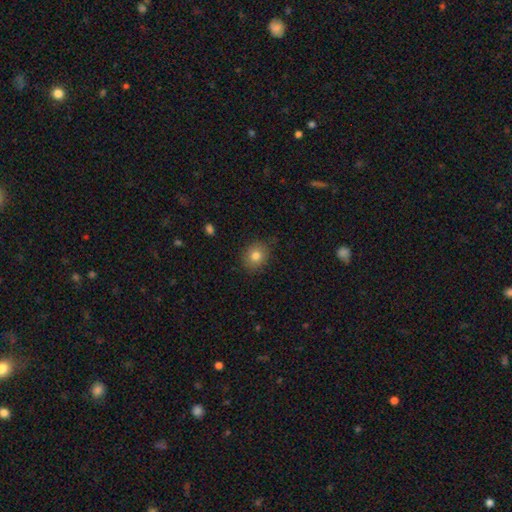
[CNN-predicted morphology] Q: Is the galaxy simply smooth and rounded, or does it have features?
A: smooth — 80%.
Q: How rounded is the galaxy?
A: round — 74%.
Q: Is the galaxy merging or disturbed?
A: none — 80%.